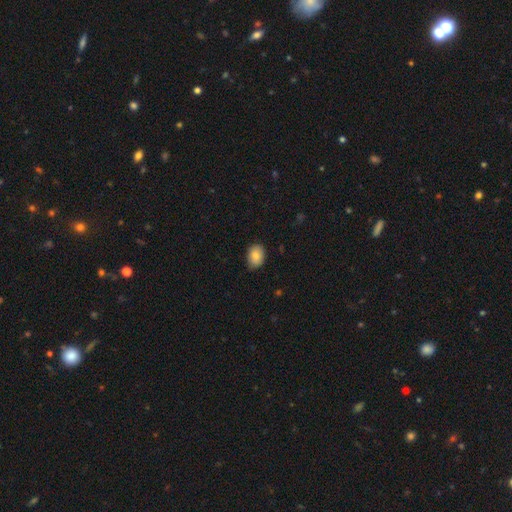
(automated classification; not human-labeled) Overall: smooth (85%). How rounded: in between (70%). Merging: none (80%).